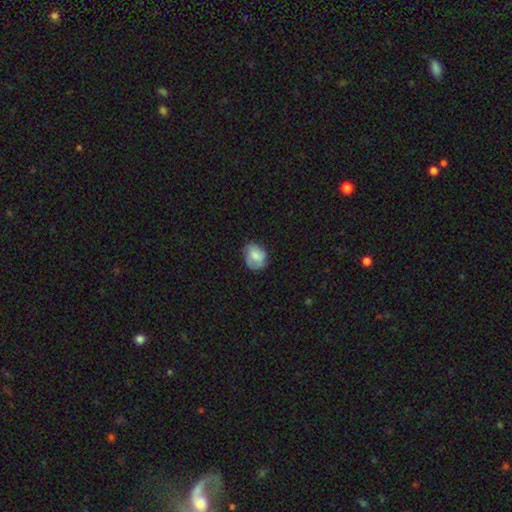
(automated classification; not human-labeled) Morphology: type=smooth (63%); roundness=round (56%); merging=none (64%).